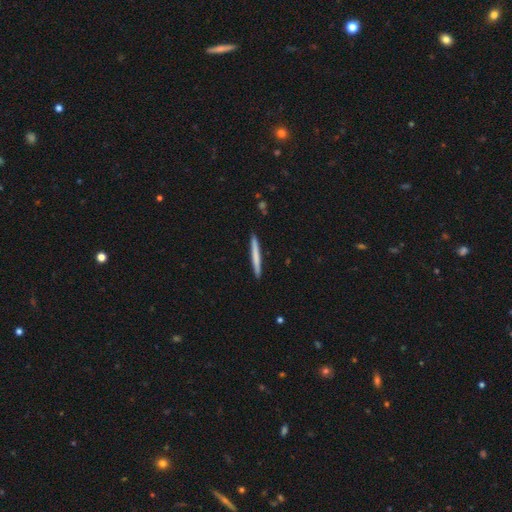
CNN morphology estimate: smooth-or-featured: smooth: 68% | featured or disk: 27% | star or artifact: 5%
  how-rounded: cigar-shaped: 97% | in between: 2% | round: 1%
  merging: none: 92% | minor disturbance: 5% | major disturbance: 1% | merger: 1%